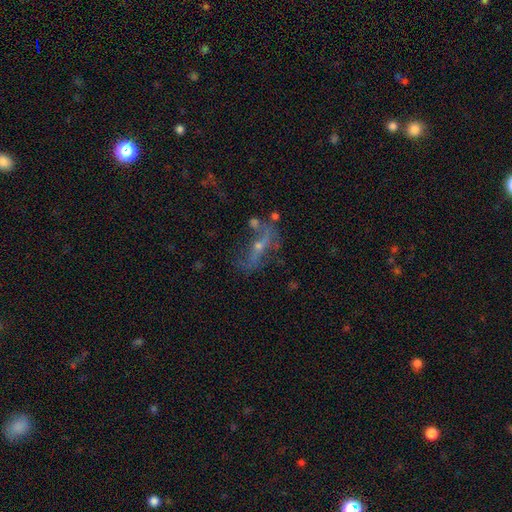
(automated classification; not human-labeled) smooth_or_featured: featured or disk (p=0.48) [alt: star or artifact p=0.28]
merging: none (p=0.55) [alt: minor disturbance p=0.19]